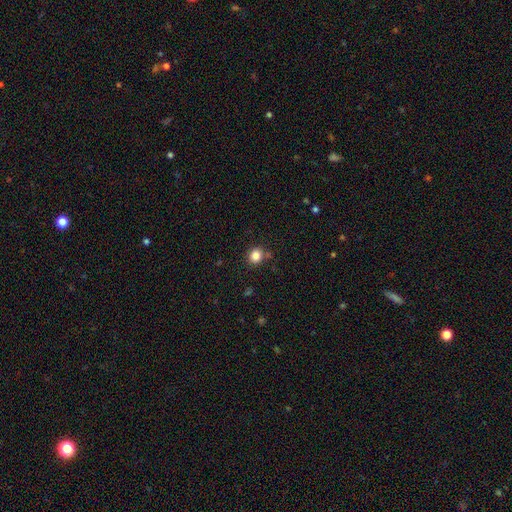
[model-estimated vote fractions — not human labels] Q: Smooth or featured?
A: smooth (84%); runner-up: star or artifact (11%)
Q: How rounded?
A: round (75%); runner-up: in between (24%)
Q: Merging?
A: none (81%); runner-up: minor disturbance (11%)